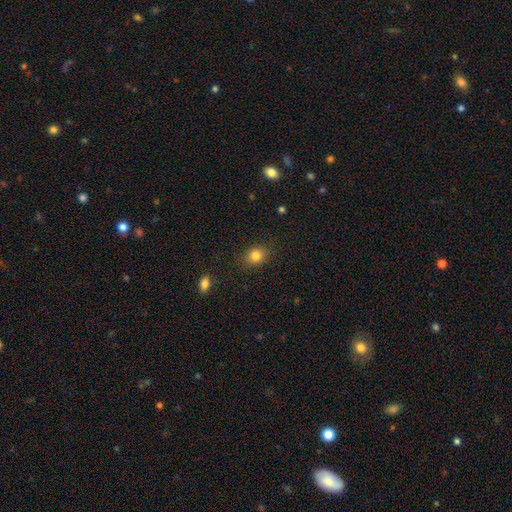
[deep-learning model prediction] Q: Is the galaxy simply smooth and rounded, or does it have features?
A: smooth — 83%.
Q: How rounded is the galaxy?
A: round — 59%.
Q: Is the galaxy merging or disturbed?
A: none — 86%.